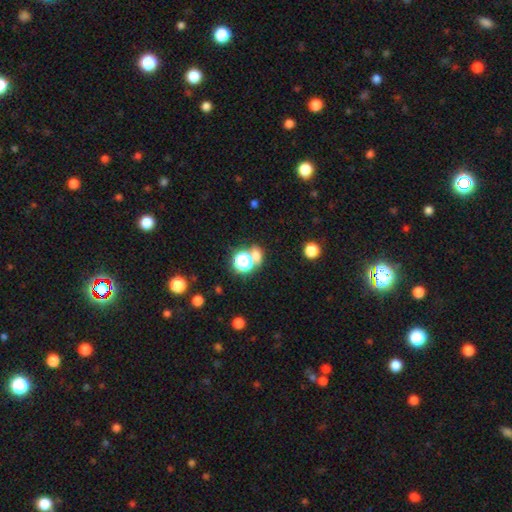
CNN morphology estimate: Smooth or featured? smooth (57%)
How rounded? round (61%)
Merging? none (59%)